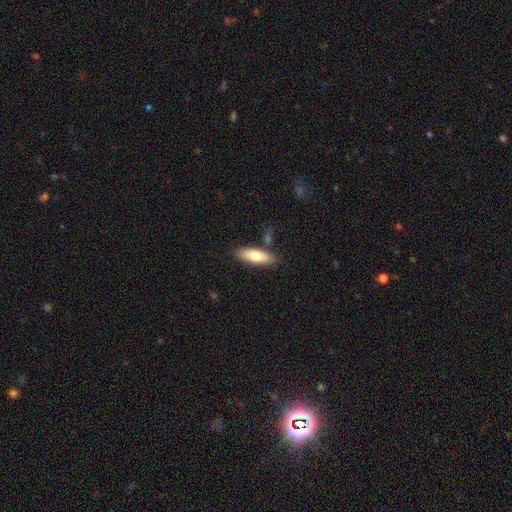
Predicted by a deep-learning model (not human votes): A smooth galaxy with no disk features (75%) that is in between round and cigar-shaped (56%).

Vote fractions:
- Smooth or featured? smooth: 75% / featured or disk: 19% / star or artifact: 6%
- How rounded? in between: 56% / cigar-shaped: 41% / round: 2%
- Merging? none: 80% / minor disturbance: 11% / merger: 6% / major disturbance: 2%